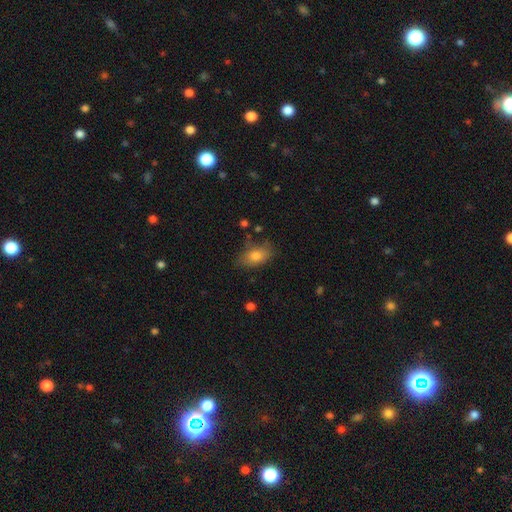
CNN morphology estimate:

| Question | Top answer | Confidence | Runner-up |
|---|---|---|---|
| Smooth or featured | smooth | 80% | featured or disk (12%) |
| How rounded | in between | 86% | round (11%) |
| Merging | none | 70% | minor disturbance (22%) |